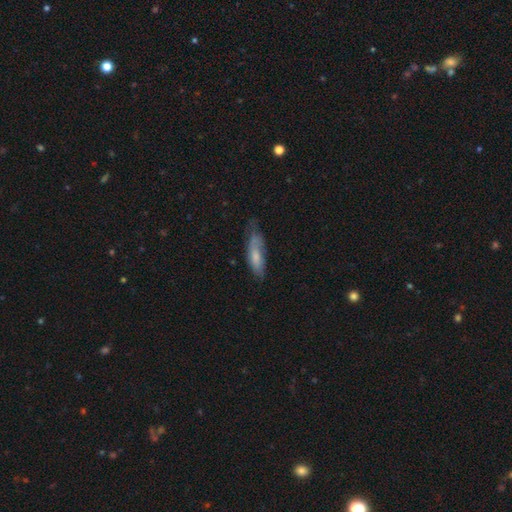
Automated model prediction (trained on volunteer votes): Smooth or featured? smooth (67%)
How rounded? cigar-shaped (51%)
Merging? none (45%)